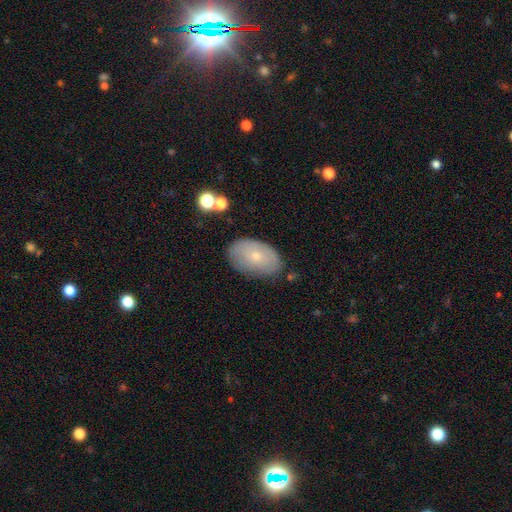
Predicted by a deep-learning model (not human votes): smooth_or_featured: smooth (p=0.65) [alt: featured or disk p=0.27]
how_rounded: in between (p=0.91) [alt: round p=0.07]
merging: none (p=0.76) [alt: minor disturbance p=0.18]